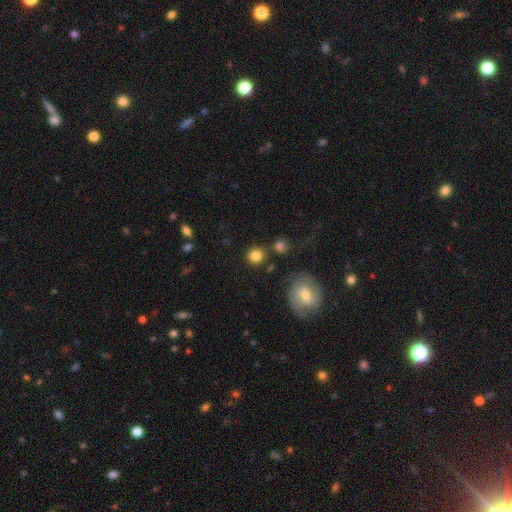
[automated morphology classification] Smooth or featured? Predicted: smooth (p=0.83). How rounded? Predicted: round (p=0.88). Merging? Predicted: none (p=0.79).